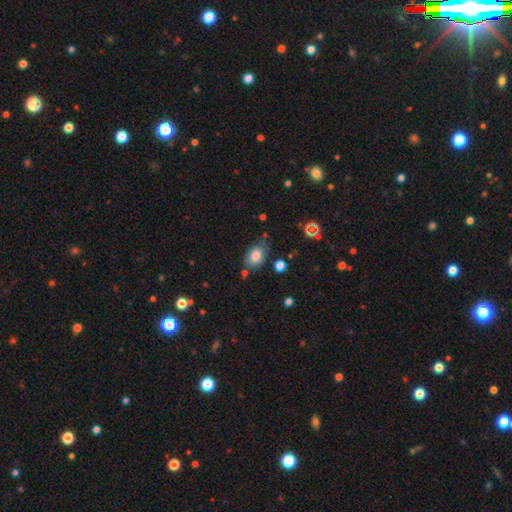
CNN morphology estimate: type=smooth (81%); roundness=in between (77%); merging=none (68%).